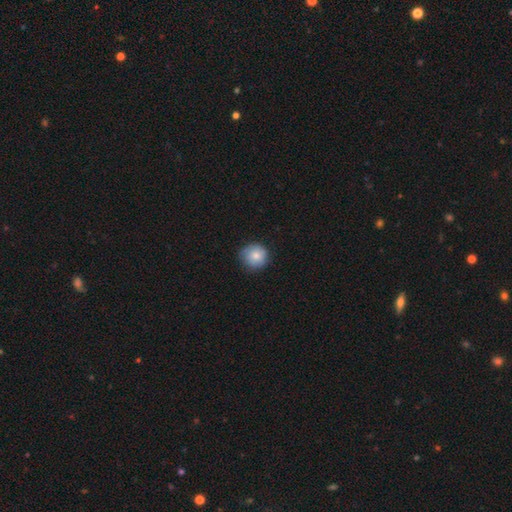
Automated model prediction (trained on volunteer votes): Smooth or featured? Predicted: smooth (p=0.79). How rounded? Predicted: round (p=0.93). Merging? Predicted: none (p=0.78).